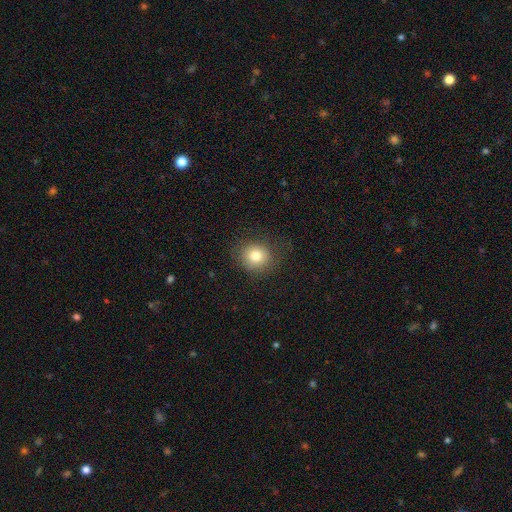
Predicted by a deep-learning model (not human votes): Smooth or featured?
  - smooth: 79% *
  - star or artifact: 12%
  - featured or disk: 10%
How rounded?
  - round: 84% *
  - in between: 15%
  - cigar-shaped: 1%
Merging?
  - none: 83% *
  - minor disturbance: 11%
  - major disturbance: 5%
  - merger: 1%